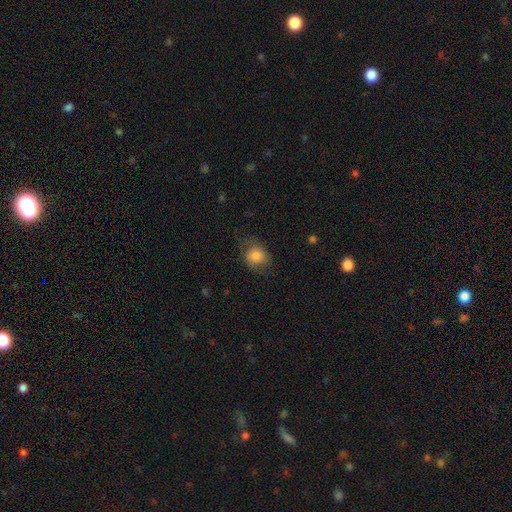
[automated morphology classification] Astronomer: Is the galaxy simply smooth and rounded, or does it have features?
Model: smooth — 76%.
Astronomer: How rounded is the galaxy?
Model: round — 63%.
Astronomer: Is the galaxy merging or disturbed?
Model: none — 60%.